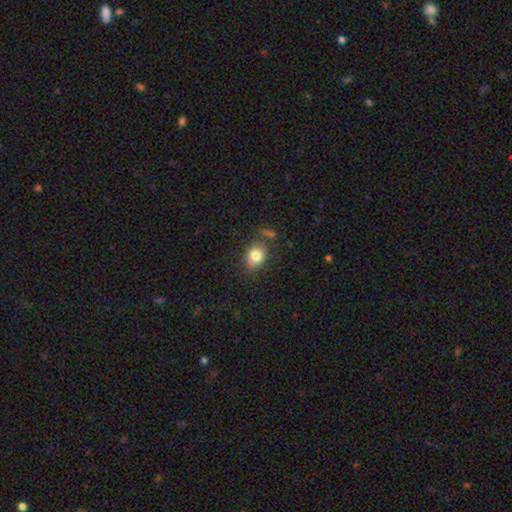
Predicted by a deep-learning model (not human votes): Morphology: type=smooth (80%); roundness=round (58%); merging=none (67%).